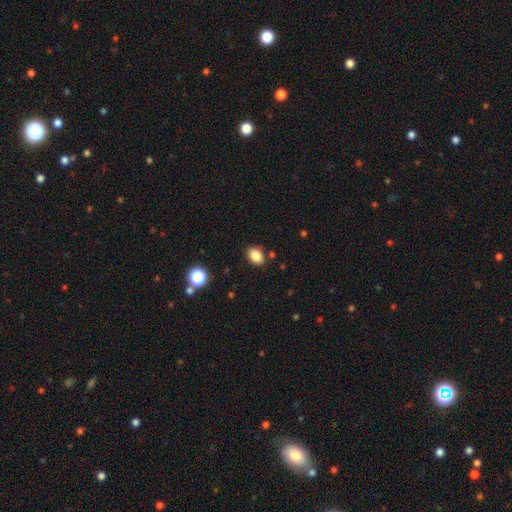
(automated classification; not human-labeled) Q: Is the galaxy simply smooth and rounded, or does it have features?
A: smooth — 85%.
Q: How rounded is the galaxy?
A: in between — 71%.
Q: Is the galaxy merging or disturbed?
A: none — 85%.